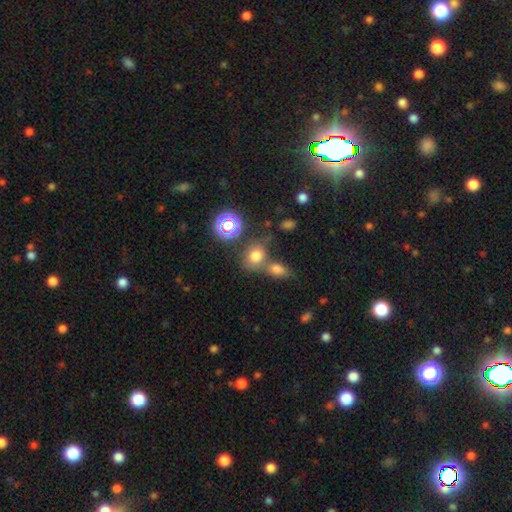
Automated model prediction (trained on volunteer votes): Smooth or featured: smooth — 71% (star or artifact — 19%)
How rounded: round — 53% (in between — 45%)
Merging: none — 46% (merger — 38%)